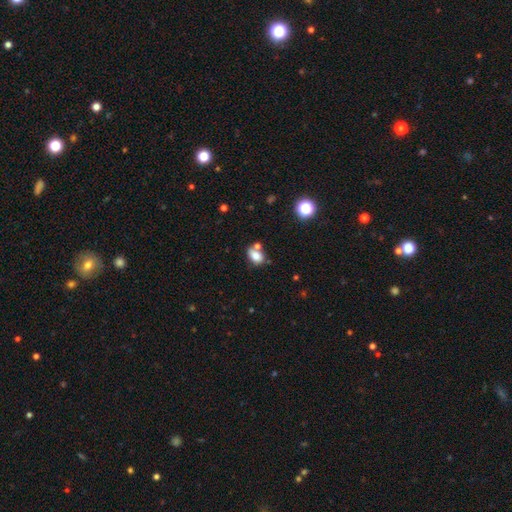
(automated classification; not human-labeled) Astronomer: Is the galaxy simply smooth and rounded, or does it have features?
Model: smooth — 76%.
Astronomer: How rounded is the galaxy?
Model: in between — 74%.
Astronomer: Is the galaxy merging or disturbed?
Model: none — 47% (runner-up: merger, 30%).